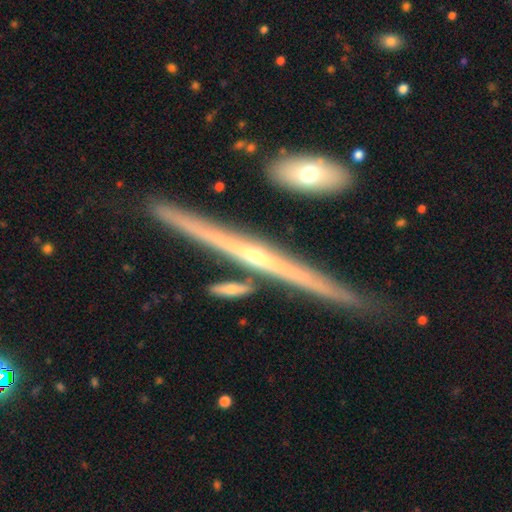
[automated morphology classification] A featured or disk galaxy (78%) viewed edge-on (96%) with no central bulge (54%). Merging: none (81%).